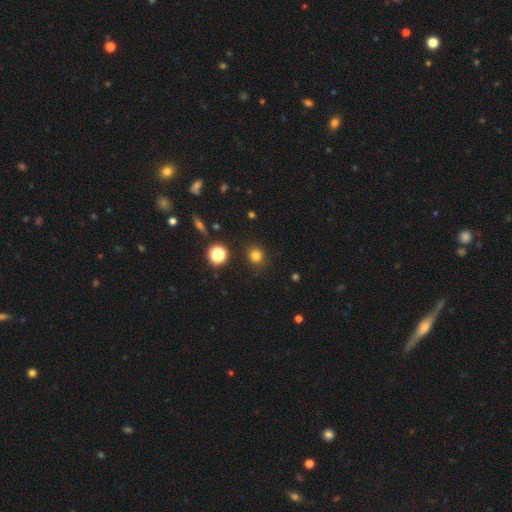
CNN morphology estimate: Q: Smooth or featured?
A: smooth (79%); runner-up: star or artifact (16%)
Q: How rounded?
A: round (84%); runner-up: in between (15%)
Q: Merging?
A: none (88%); runner-up: minor disturbance (8%)